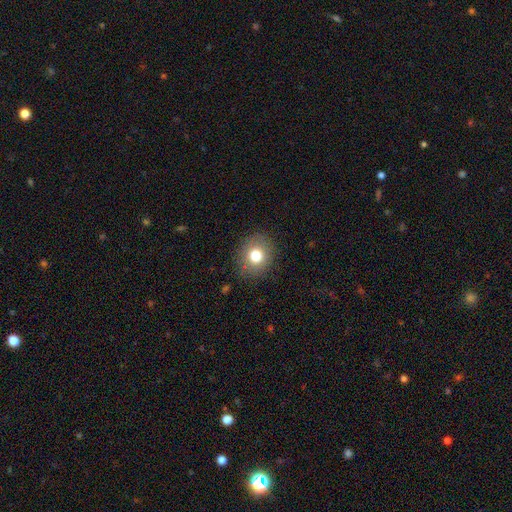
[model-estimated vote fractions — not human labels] Smooth or featured? smooth (77%)
How rounded? round (77%)
Merging? none (87%)